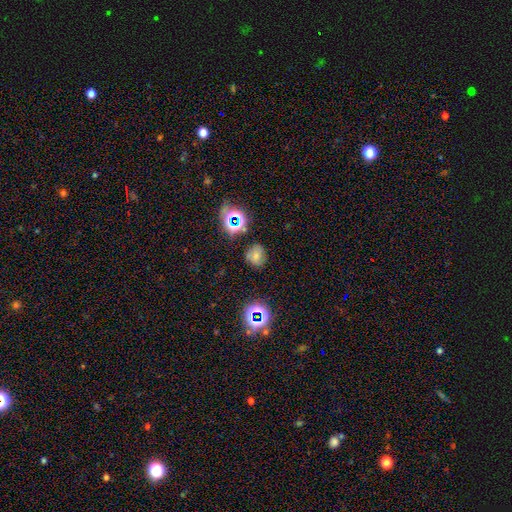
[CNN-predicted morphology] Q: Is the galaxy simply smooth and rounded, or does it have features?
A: smooth — 60%.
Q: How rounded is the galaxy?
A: round — 75%.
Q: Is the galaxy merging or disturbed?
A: none — 75%.